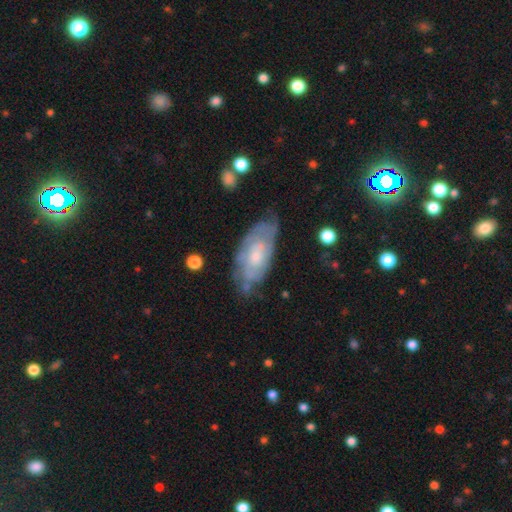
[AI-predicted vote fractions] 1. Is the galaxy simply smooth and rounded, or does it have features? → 63% featured or disk, 31% smooth, 6% star or artifact.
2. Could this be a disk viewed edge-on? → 89% no, 11% yes.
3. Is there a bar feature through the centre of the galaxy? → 75% no, 22% weak, 3% strong.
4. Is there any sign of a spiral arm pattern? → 72% yes, 28% no.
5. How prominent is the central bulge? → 50% small, 40% moderate, 5% none, 4% large, 1% dominant.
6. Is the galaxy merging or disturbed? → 60% none, 28% minor disturbance, 9% major disturbance, 3% merger.